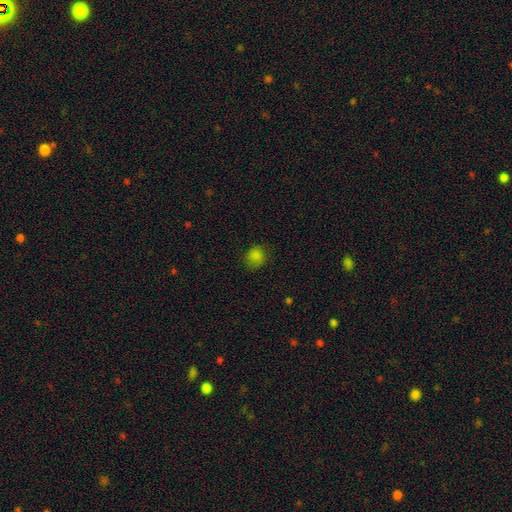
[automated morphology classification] type=smooth (81%); roundness=round (76%); merging=none (77%).